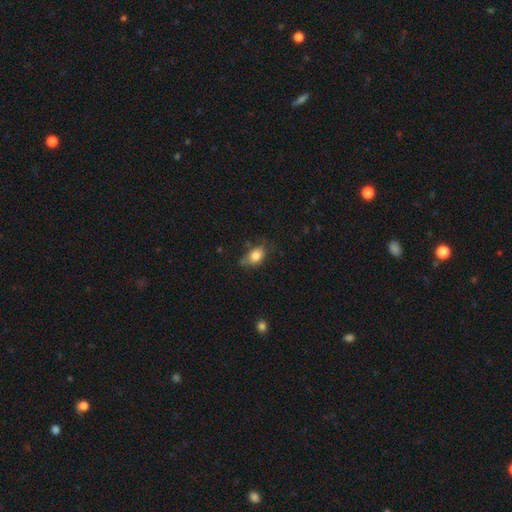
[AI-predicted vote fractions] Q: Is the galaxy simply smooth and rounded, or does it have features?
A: smooth — 81%.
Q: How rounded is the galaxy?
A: in between — 70%.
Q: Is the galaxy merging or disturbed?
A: none — 56%.